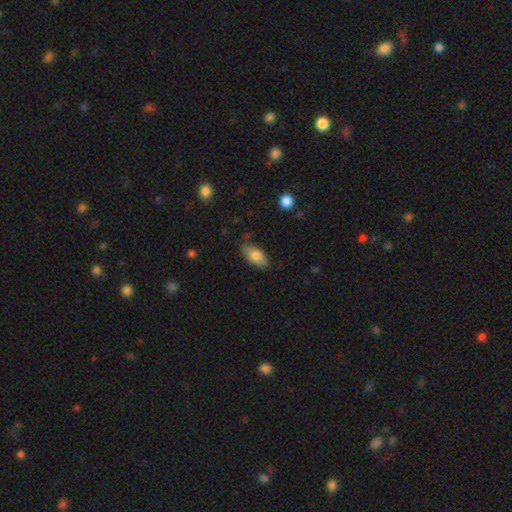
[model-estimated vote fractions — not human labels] This appears to be a smooth galaxy with no disk features (78%) that is in between round and cigar-shaped (91%). Merging: none (79%).